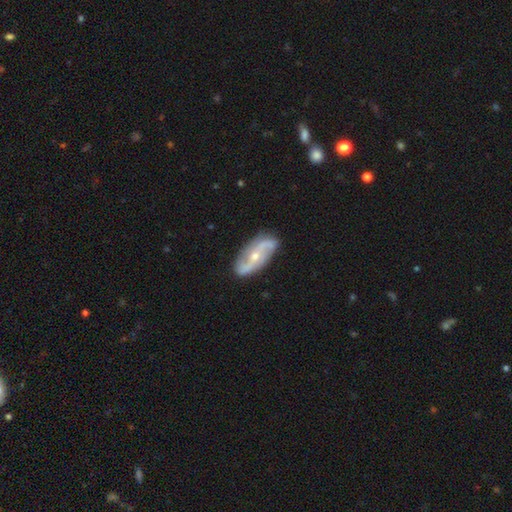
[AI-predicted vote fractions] Morphology: type=featured or disk (85%); edge-on=no (93%); bar=no (44%); spiral arms=yes (95%); winding=loose (57%); arm count=2 (91%); bulge=small (53%); merging=none (82%).